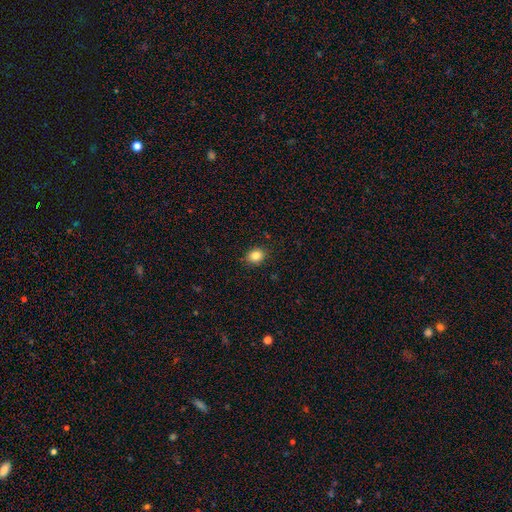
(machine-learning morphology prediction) smooth 84%, star or artifact 10%, featured or disk 5%. Down the decision tree: how rounded — round (58%); merging — none (87%).